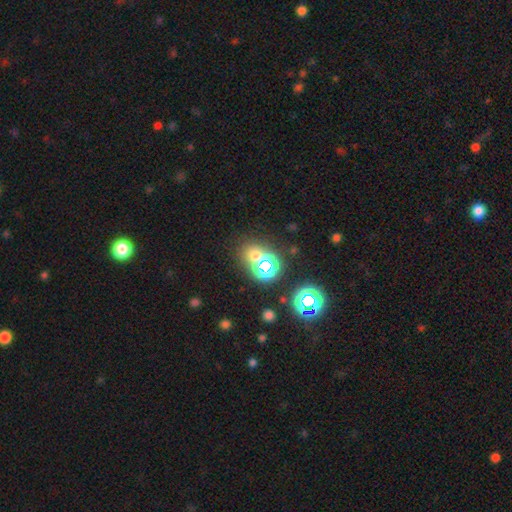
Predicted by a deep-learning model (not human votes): A star or artifact, not a galaxy (47%).

Vote fractions:
- Smooth or featured? star or artifact: 47% / smooth: 43% / featured or disk: 10%